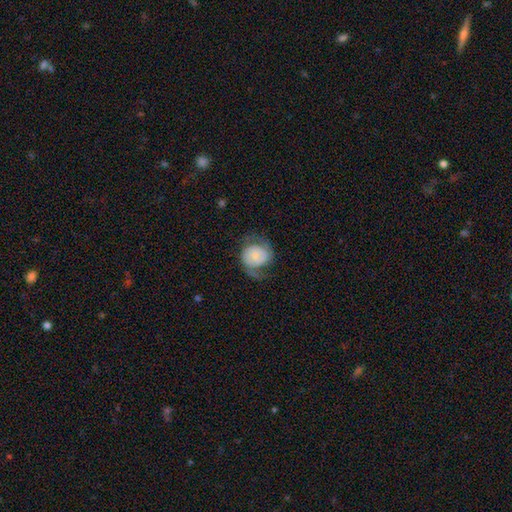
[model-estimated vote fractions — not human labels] featured or disk 59%, smooth 33%, star or artifact 7%. Down the decision tree: edge-on disk — no (97%); bar — no (70%); spiral arms — yes (85%); bulge size — small (54%); merging — none (54%).